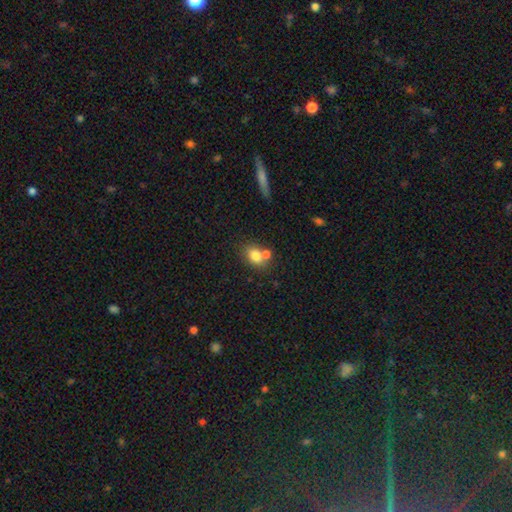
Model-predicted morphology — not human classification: Smooth or featured?
  - smooth: 79% *
  - featured or disk: 11%
  - star or artifact: 10%
How rounded?
  - in between: 65% *
  - round: 34%
  - cigar-shaped: 1%
Merging?
  - none: 52% *
  - merger: 32%
  - minor disturbance: 12%
  - major disturbance: 4%